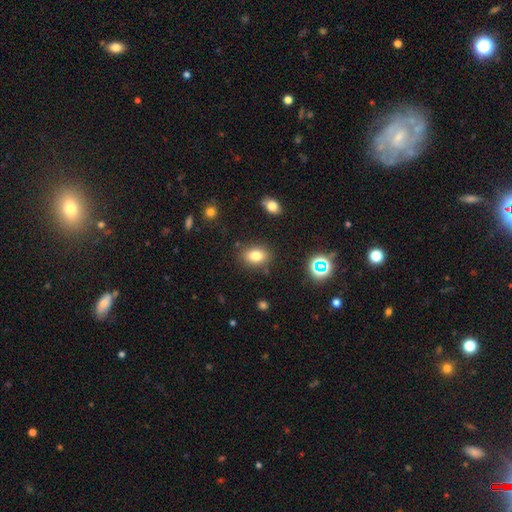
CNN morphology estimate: Smooth or featured: smooth — 78% (star or artifact — 12%)
How rounded: in between — 68% (round — 30%)
Merging: none — 83% (minor disturbance — 11%)